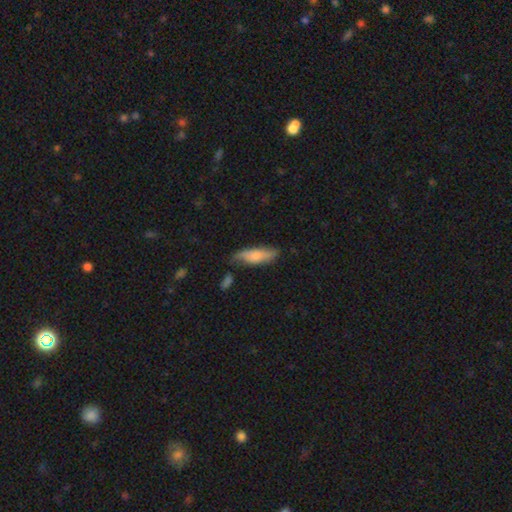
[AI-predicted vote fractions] This is likely a smooth galaxy (65%). How rounded: possibly in between (54%). Merging: possibly none (59%).